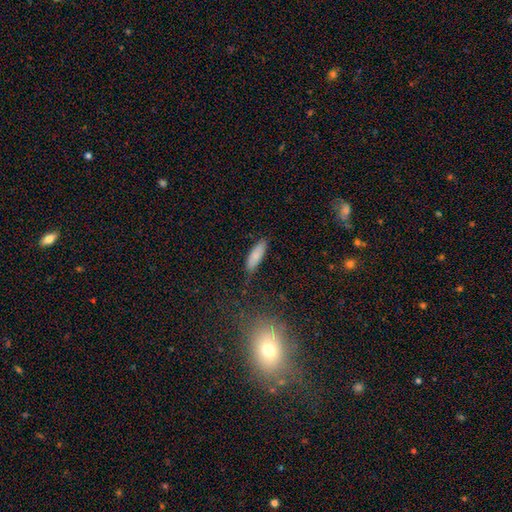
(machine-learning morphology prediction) Smooth or featured: smooth — 82% (featured or disk — 11%)
How rounded: in between — 54% (cigar-shaped — 45%)
Merging: none — 79% (minor disturbance — 16%)